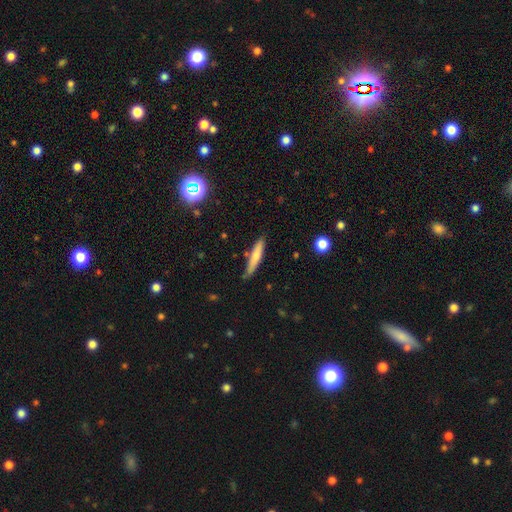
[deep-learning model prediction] smooth 69%, featured or disk 25%, star or artifact 6%. Down the decision tree: how rounded — cigar-shaped (89%); merging — none (78%).